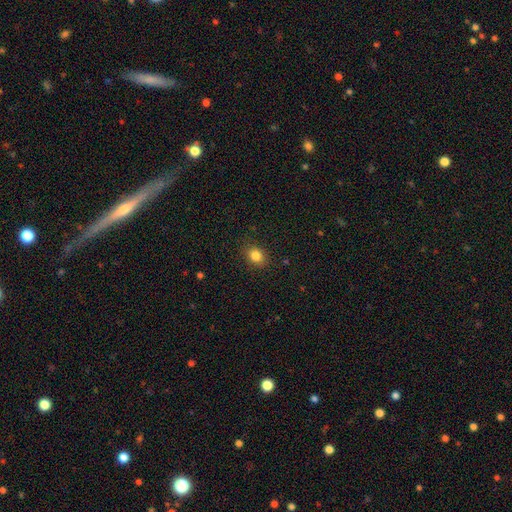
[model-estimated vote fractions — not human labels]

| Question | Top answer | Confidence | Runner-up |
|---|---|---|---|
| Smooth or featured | smooth | 83% | star or artifact (11%) |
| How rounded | in between | 50% | round (49%) |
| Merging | none | 87% | minor disturbance (10%) |